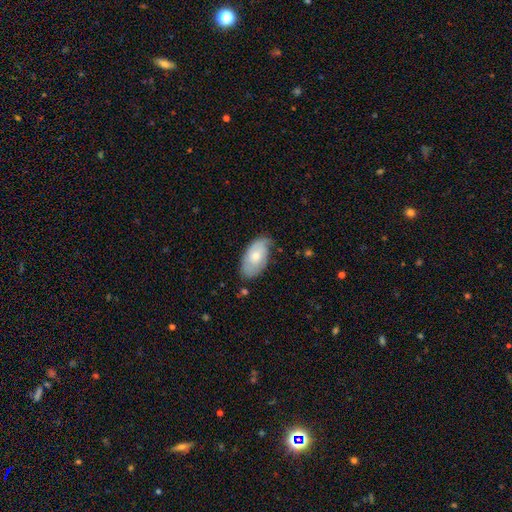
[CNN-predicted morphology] This is possibly a smooth galaxy (58%). How rounded: clearly in between (94%). Merging: likely none (64%).